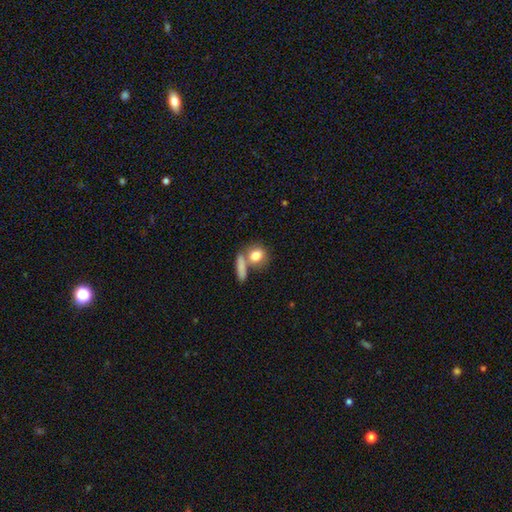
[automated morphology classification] smooth_or_featured: smooth (p=0.79) [alt: featured or disk p=0.13]
how_rounded: round (p=0.65) [alt: in between p=0.29]
merging: none (p=0.51) [alt: merger p=0.31]